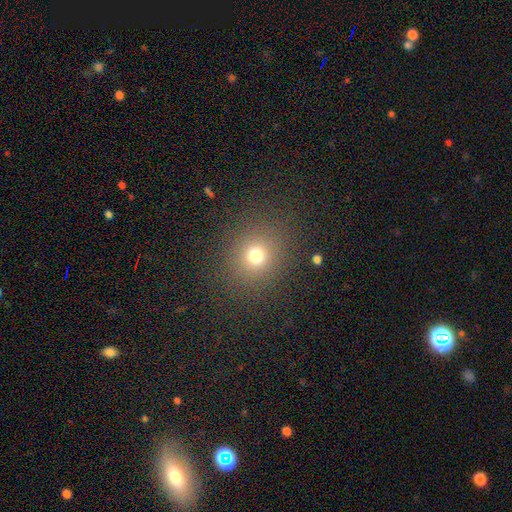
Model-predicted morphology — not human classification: type=smooth (73%); roundness=round (85%); merging=none (87%).